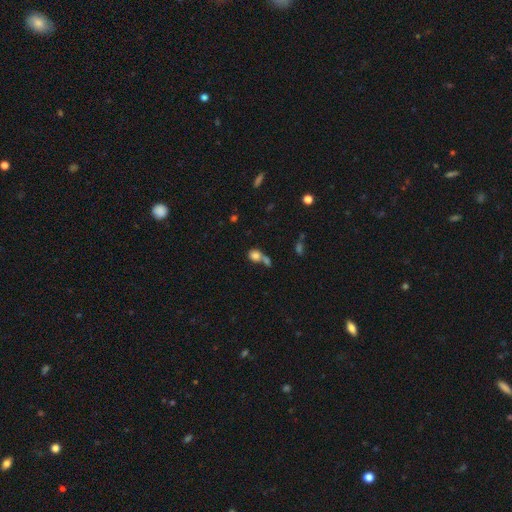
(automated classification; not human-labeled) This is likely a smooth galaxy (79%). How rounded: likely round (64%). Merging: possibly merger (49%).